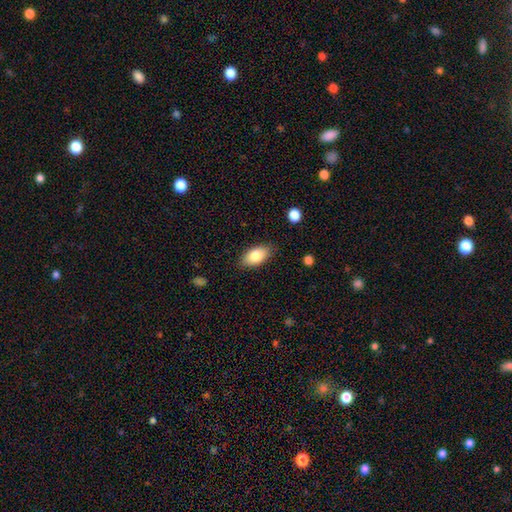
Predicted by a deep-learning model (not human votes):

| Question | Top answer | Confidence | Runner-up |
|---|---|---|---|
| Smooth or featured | smooth | 83% | featured or disk (10%) |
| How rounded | in between | 93% | cigar-shaped (4%) |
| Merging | none | 83% | minor disturbance (13%) |